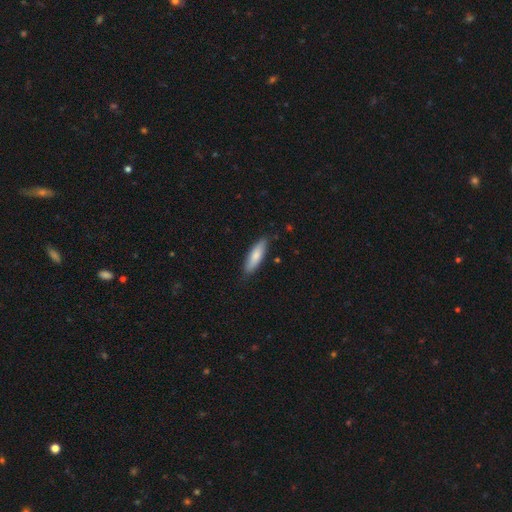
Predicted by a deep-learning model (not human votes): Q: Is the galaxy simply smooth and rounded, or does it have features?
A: smooth — 79%.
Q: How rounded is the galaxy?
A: cigar-shaped — 57%.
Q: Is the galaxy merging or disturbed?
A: none — 83%.